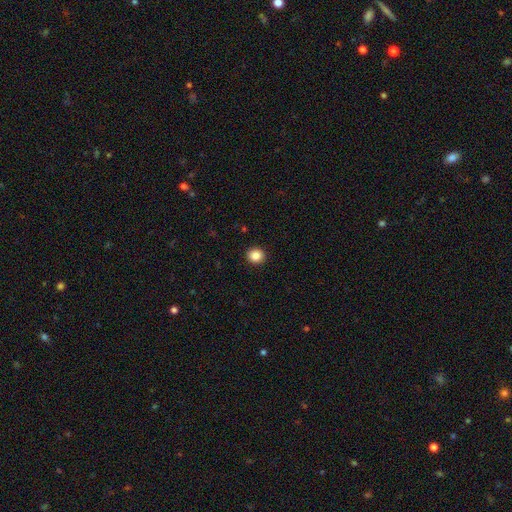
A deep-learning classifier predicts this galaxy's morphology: A smooth galaxy with no disk features (87%) that is round (87%). Merging: none (93%).